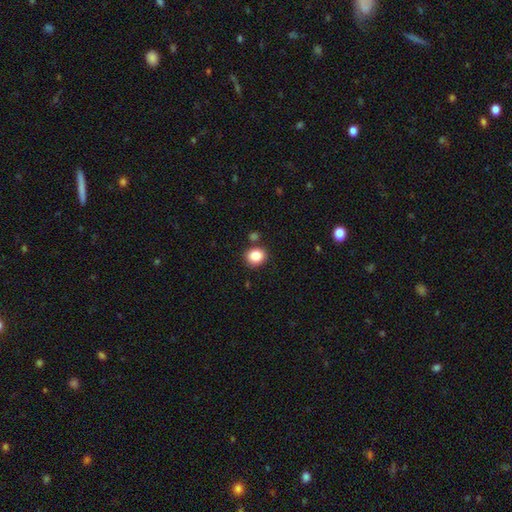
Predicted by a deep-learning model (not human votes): The model was most divided on "how rounded": round: 74%, in between: 25%, cigar-shaped: 1%. More confident: smooth or featured — smooth (86%); merging — none (81%).